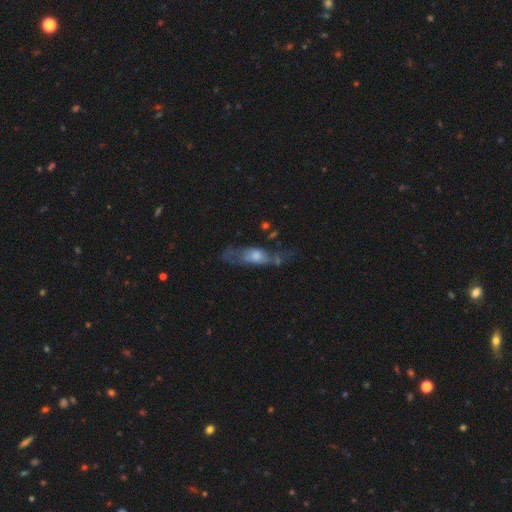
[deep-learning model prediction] Overall: featured or disk (57%; smooth 33%). Edge-on disk: no (60%; yes 40%). Merging: none (43%; major disturbance 25%).